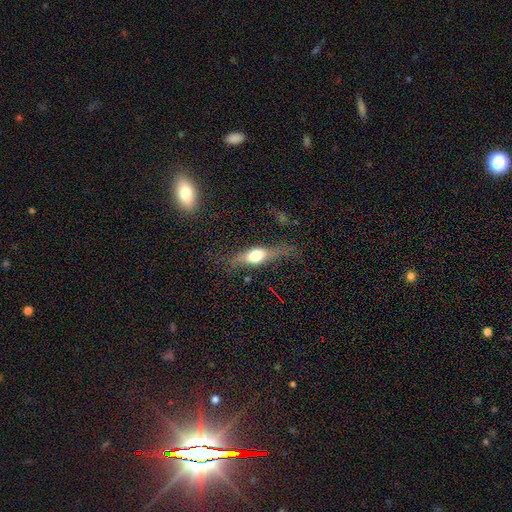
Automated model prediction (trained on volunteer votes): The model was most divided on "smooth or featured": featured or disk: 48%, smooth: 44%, star or artifact: 8%. More confident: merging — none (58%).